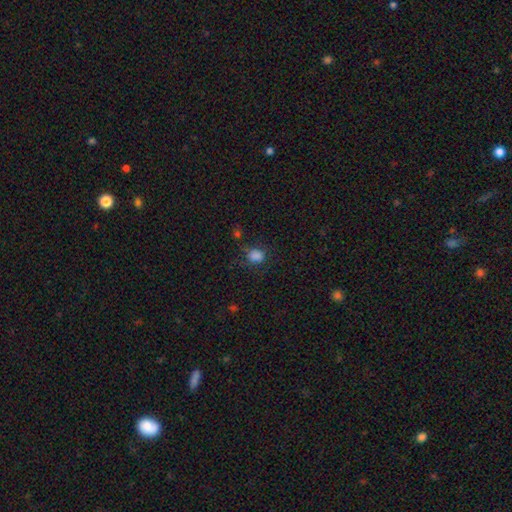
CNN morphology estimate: The model was most divided on "how rounded": round: 62%, in between: 37%, cigar-shaped: 1%. More confident: smooth or featured — smooth (81%); merging — none (66%).